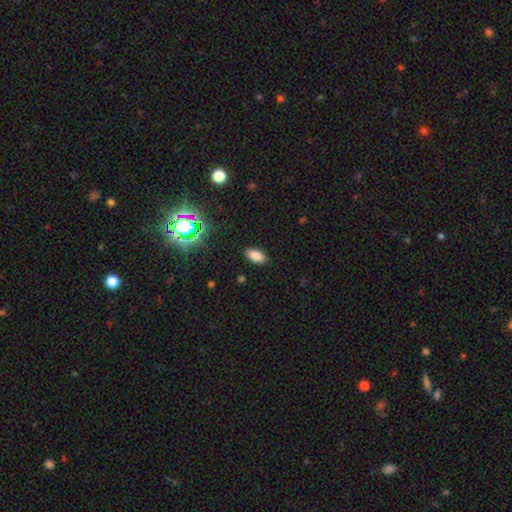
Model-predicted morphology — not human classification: Overall: smooth (81%). How rounded: in between (90%). Merging: none (88%).